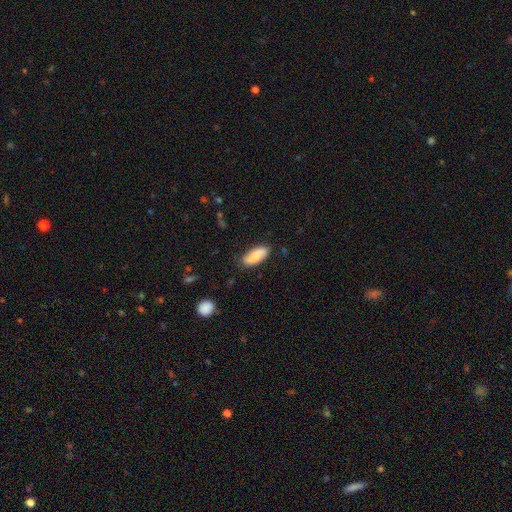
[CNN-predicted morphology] This appears to be a smooth galaxy with no disk features (67%) that is in between round and cigar-shaped (85%). Merging: none (80%).